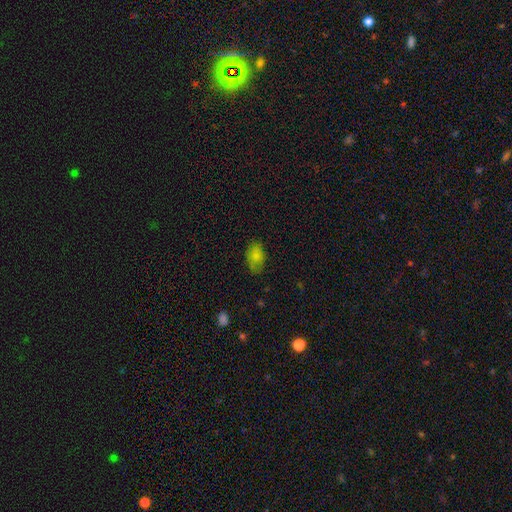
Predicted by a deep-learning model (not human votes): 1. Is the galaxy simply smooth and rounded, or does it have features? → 81% smooth, 10% star or artifact, 9% featured or disk.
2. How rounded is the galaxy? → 89% in between, 9% round, 2% cigar-shaped.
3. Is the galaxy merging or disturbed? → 71% none, 22% minor disturbance, 5% major disturbance, 1% merger.